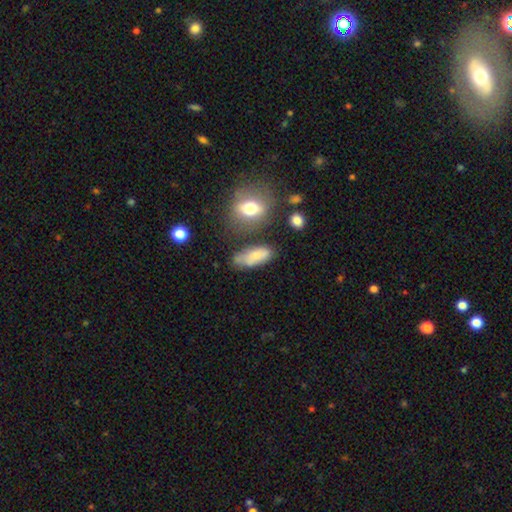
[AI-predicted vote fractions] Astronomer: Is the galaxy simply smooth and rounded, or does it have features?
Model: smooth — 68%.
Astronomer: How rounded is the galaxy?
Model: in between — 76%.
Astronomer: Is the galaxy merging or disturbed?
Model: none — 53%.